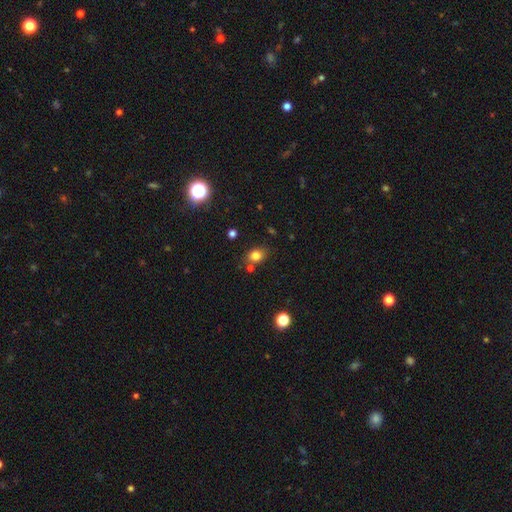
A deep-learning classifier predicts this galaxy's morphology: smooth-or-featured: smooth: 80% | star or artifact: 12% | featured or disk: 8%
  how-rounded: in between: 53% | round: 46% | cigar-shaped: 1%
  merging: none: 72% | minor disturbance: 14% | merger: 10% | major disturbance: 4%